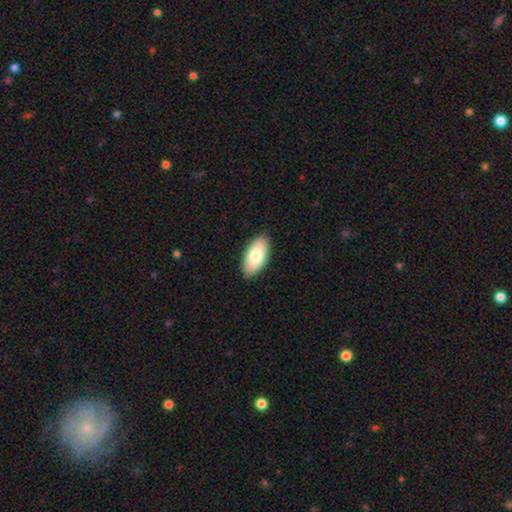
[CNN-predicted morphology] smooth-or-featured: smooth: 79% | featured or disk: 15% | star or artifact: 6%
  how-rounded: in between: 93% | cigar-shaped: 5% | round: 2%
  merging: none: 89% | minor disturbance: 9% | major disturbance: 2% | merger: 1%